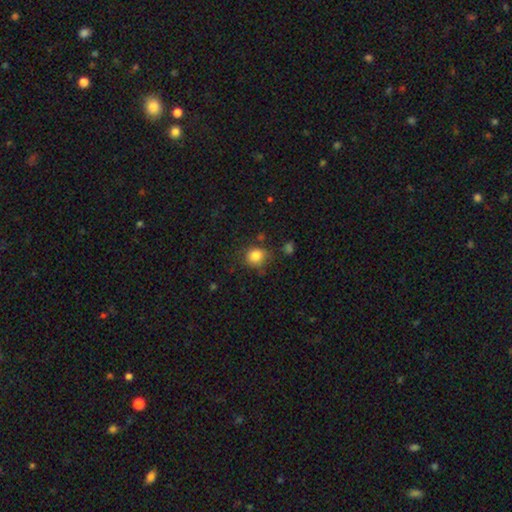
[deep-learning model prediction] A smooth galaxy with no disk features (83%) that is round (80%). Merging: none (73%).